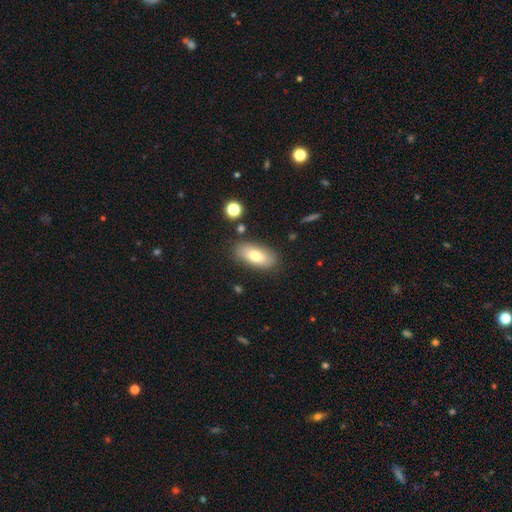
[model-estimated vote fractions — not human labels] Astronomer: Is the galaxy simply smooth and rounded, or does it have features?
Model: smooth — 75%.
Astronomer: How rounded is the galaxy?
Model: in between — 87%.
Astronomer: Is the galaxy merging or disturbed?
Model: none — 82%.